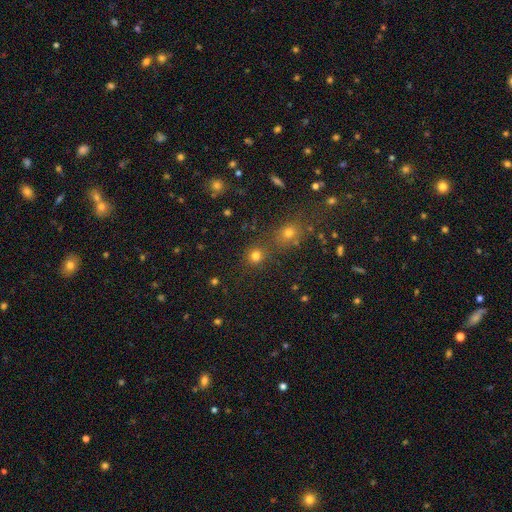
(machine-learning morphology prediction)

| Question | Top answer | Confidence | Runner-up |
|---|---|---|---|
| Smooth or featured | smooth | 76% | star or artifact (18%) |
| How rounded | round | 88% | in between (11%) |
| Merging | none | 72% | merger (16%) |